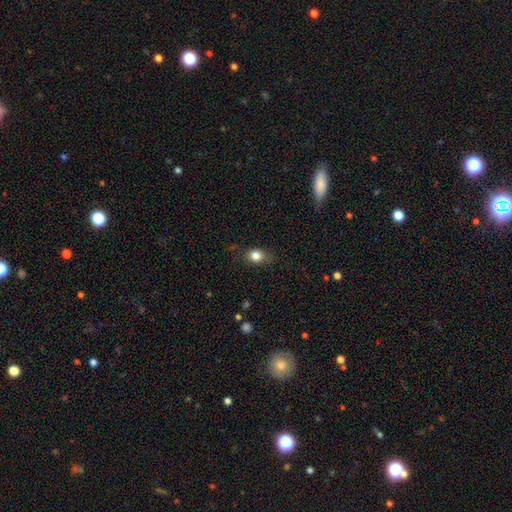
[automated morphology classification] type=smooth (82%); roundness=round (55%); merging=none (78%).